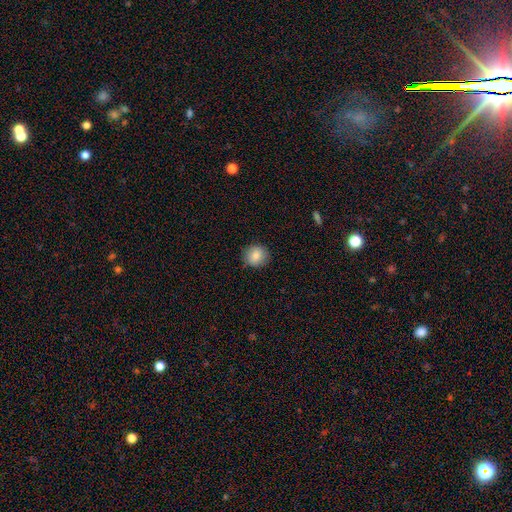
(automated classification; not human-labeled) The model was most divided on "smooth or featured": smooth: 84%, star or artifact: 9%, featured or disk: 7%. More confident: how rounded — round (91%); merging — none (89%).